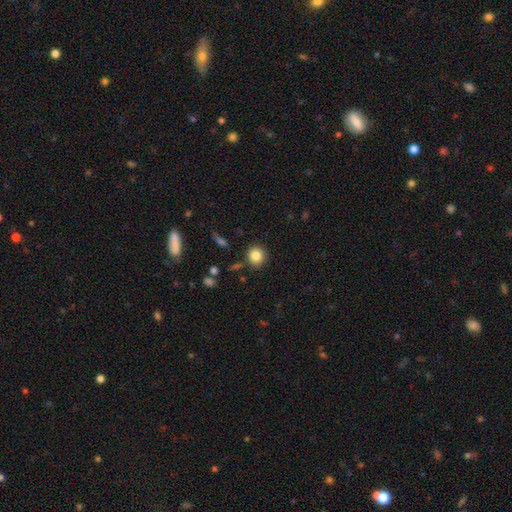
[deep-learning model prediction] This is clearly a smooth galaxy (84%). How rounded: clearly round (86%). Merging: clearly none (86%).